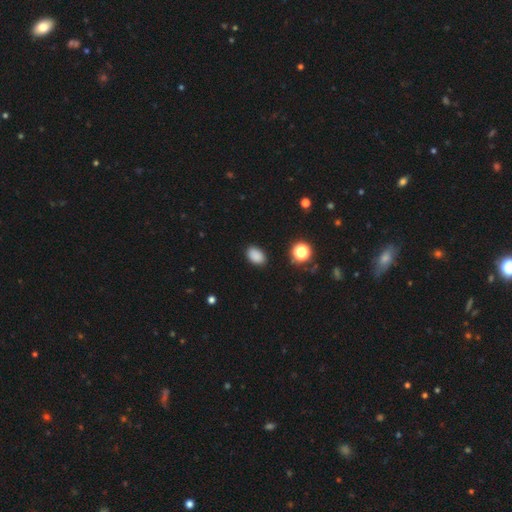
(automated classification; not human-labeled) Smooth or featured? smooth (86%)
How rounded? in between (85%)
Merging? none (88%)